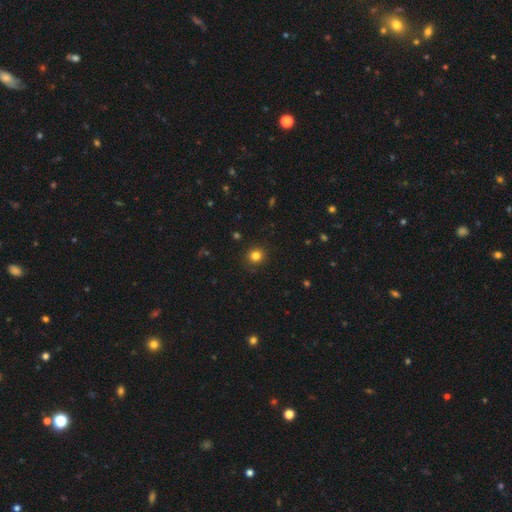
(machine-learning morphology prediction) type=smooth (82%); roundness=round (90%); merging=none (91%).